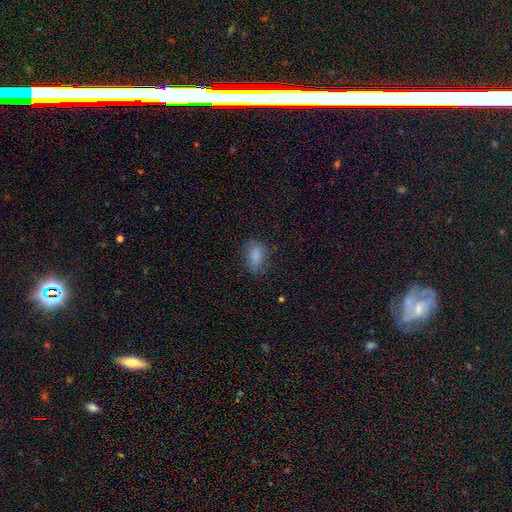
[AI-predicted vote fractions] smooth_or_featured: smooth (p=0.82) [alt: star or artifact p=0.10]
how_rounded: in between (p=0.82) [alt: round p=0.15]
merging: none (p=0.73) [alt: minor disturbance p=0.19]